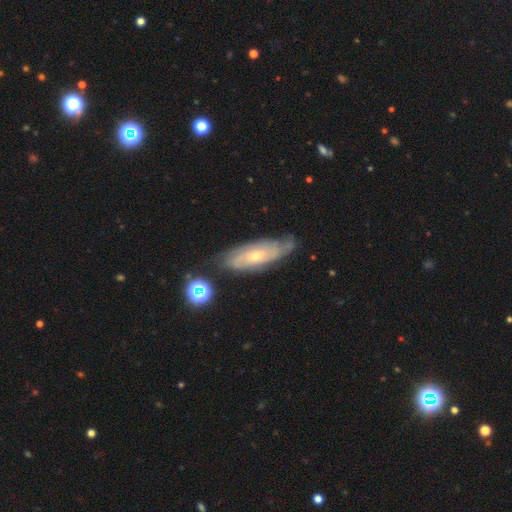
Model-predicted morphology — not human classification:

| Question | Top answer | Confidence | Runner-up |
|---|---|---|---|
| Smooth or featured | featured or disk | 71% | smooth (21%) |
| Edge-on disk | no | 81% | yes (19%) |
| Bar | no | 72% | weak (23%) |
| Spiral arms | yes | 87% | no (13%) |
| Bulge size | small | 65% | moderate (32%) |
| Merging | none | 71% | minor disturbance (21%) |